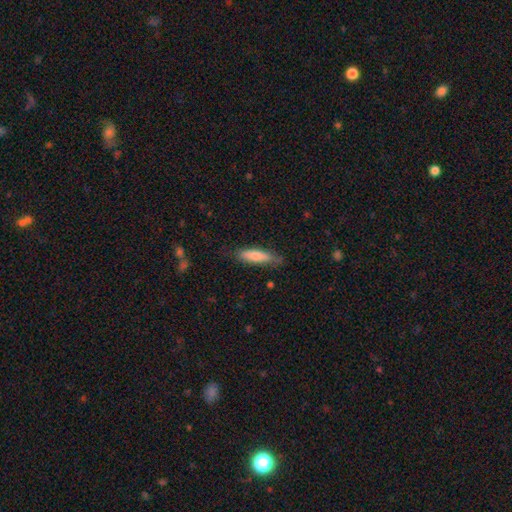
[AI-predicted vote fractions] Morphology: type=smooth (79%); roundness=cigar-shaped (69%); merging=none (74%).